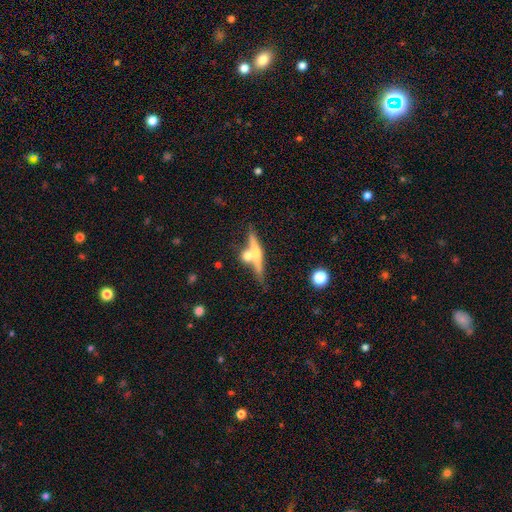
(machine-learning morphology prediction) Smooth or featured: featured or disk — 57% (smooth — 36%)
Edge-on disk: yes — 92% (no — 8%)
Edge-on bulge: rounded — 69% (none — 22%)
Merging: none — 55% (merger — 28%)